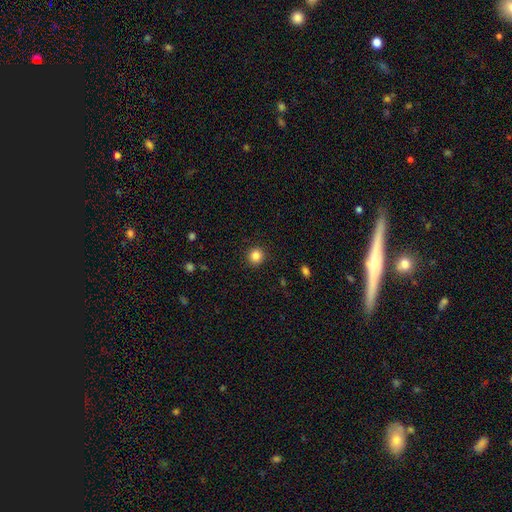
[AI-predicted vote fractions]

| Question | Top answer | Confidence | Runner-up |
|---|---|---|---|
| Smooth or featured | smooth | 85% | star or artifact (11%) |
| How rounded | round | 92% | in between (7%) |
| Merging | none | 92% | minor disturbance (5%) |